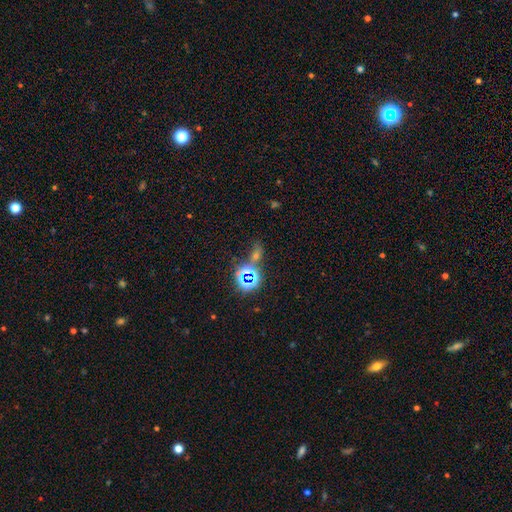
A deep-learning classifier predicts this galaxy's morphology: star or artifact 61%, smooth 28%, featured or disk 11%.